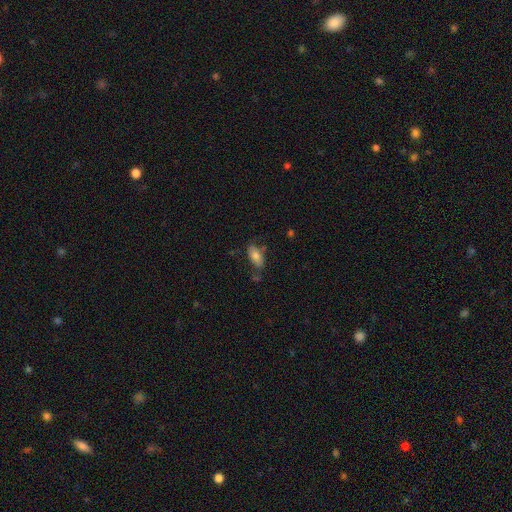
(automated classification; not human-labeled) Q: Smooth or featured?
A: smooth (74%); runner-up: featured or disk (18%)
Q: How rounded?
A: in between (88%); runner-up: cigar-shaped (9%)
Q: Merging?
A: none (66%); runner-up: minor disturbance (21%)